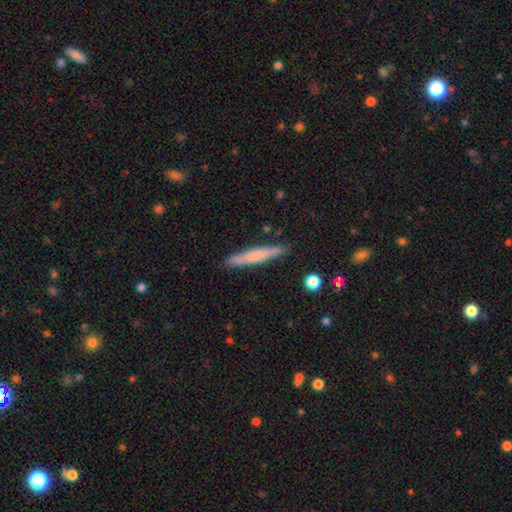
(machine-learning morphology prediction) smooth 58%, featured or disk 36%, star or artifact 6%. Down the decision tree: how rounded — cigar-shaped (94%); merging — none (87%).